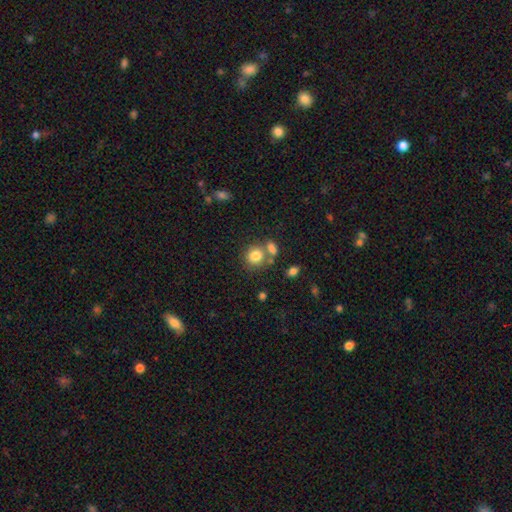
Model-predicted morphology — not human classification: A smooth galaxy with no disk features (82%) that is round (78%).

Vote fractions:
- Smooth or featured? smooth: 82% / star or artifact: 10% / featured or disk: 8%
- How rounded? round: 78% / in between: 21% / cigar-shaped: 1%
- Merging? none: 58% / merger: 27% / minor disturbance: 11% / major disturbance: 4%